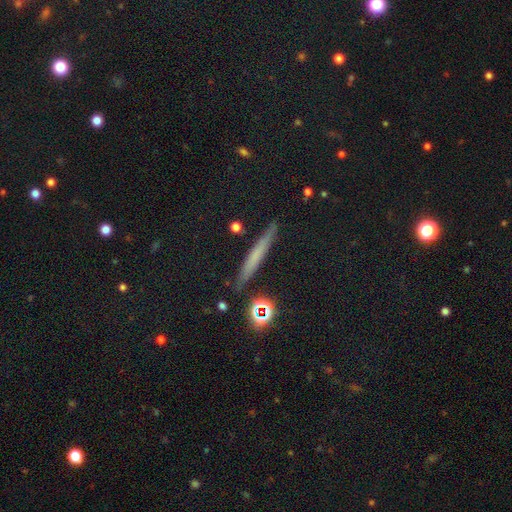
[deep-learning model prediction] Smooth or featured: smooth — 47% (featured or disk — 31%)
Merging: none — 86% (minor disturbance — 9%)